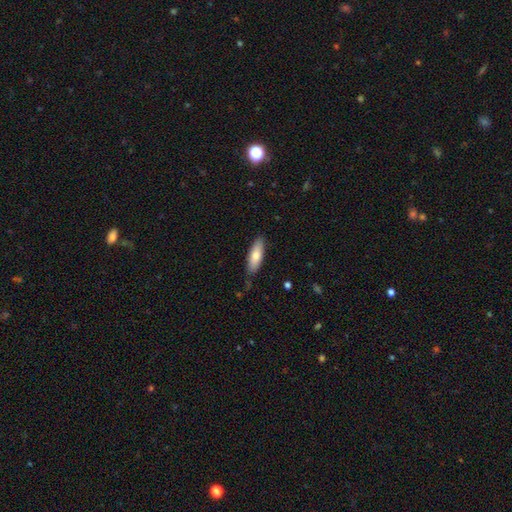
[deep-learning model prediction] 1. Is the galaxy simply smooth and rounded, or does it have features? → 77% smooth, 18% featured or disk, 6% star or artifact.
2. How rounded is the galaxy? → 55% in between, 44% cigar-shaped, 2% round.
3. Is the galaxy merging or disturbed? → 81% none, 15% minor disturbance, 2% major disturbance, 2% merger.